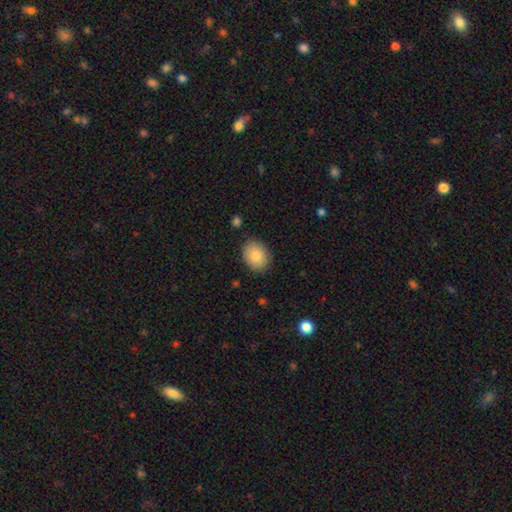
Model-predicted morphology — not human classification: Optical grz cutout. It shows a smooth galaxy with no disk features (84%) that is in between round and cigar-shaped (61%). Merging: none (85%).